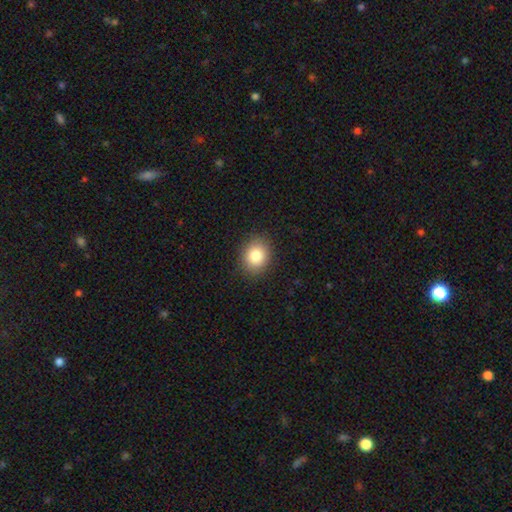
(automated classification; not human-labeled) Smooth or featured? Predicted: smooth (p=0.84). How rounded? Predicted: round (p=0.55). Merging? Predicted: none (p=0.89).